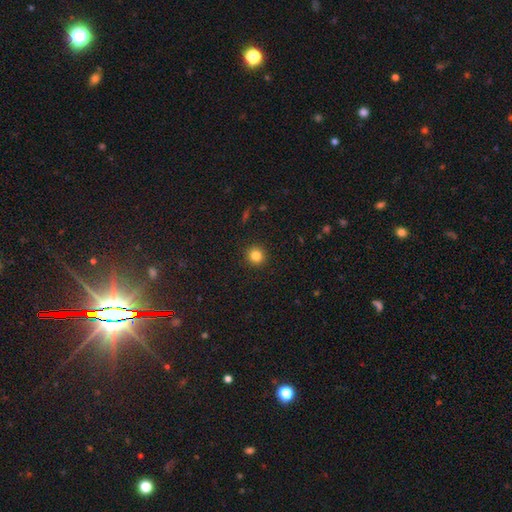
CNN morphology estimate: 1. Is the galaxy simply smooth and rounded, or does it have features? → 83% smooth, 12% star or artifact, 5% featured or disk.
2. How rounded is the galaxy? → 93% round, 6% in between, 1% cigar-shaped.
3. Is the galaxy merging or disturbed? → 93% none, 5% minor disturbance, 2% major disturbance, 1% merger.